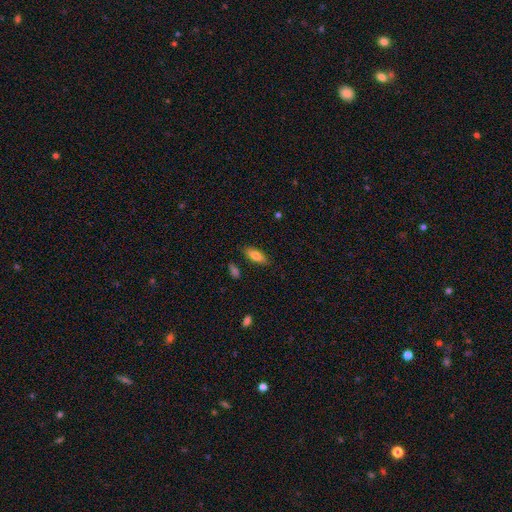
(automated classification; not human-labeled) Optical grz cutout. It shows a smooth galaxy with no disk features (77%) that is in between round and cigar-shaped (72%). Merging: none (83%).